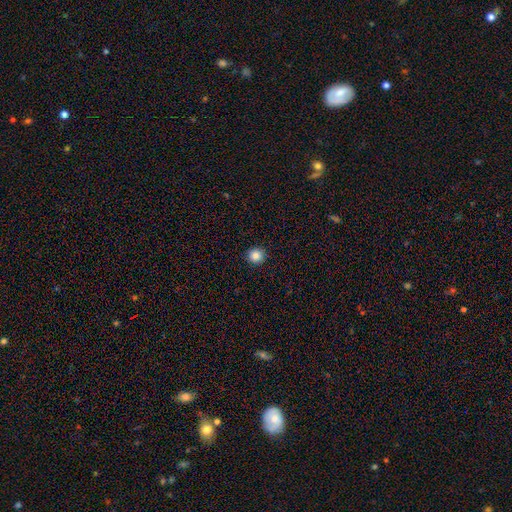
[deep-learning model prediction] Smooth or featured? smooth (85%)
How rounded? round (94%)
Merging? none (93%)